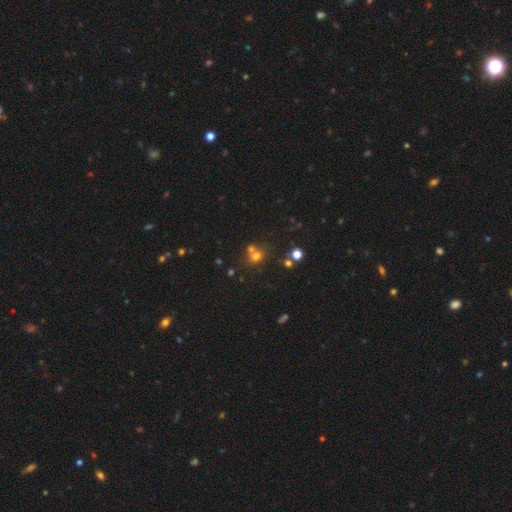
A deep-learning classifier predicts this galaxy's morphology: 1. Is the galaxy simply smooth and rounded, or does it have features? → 65% smooth, 23% star or artifact, 12% featured or disk.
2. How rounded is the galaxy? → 80% round, 19% in between, 1% cigar-shaped.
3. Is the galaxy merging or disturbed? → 52% none, 36% merger, 8% minor disturbance, 4% major disturbance.